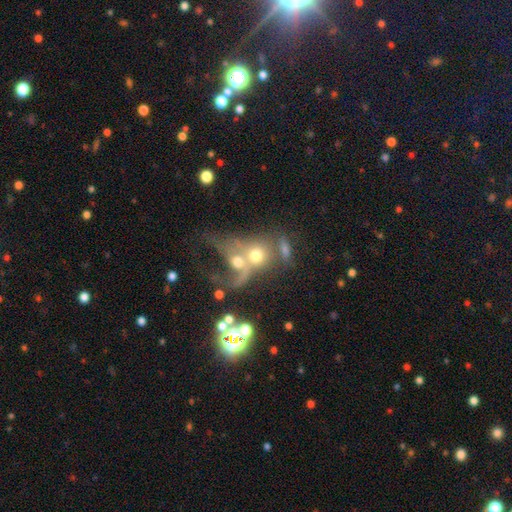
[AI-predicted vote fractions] Morphology: type=smooth (48%); merging=merger (73%).